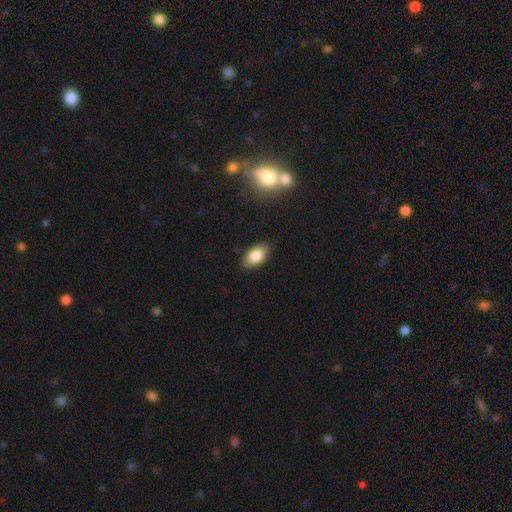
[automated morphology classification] Smooth or featured: smooth — 84% (featured or disk — 9%)
How rounded: in between — 93% (round — 5%)
Merging: none — 85% (minor disturbance — 11%)